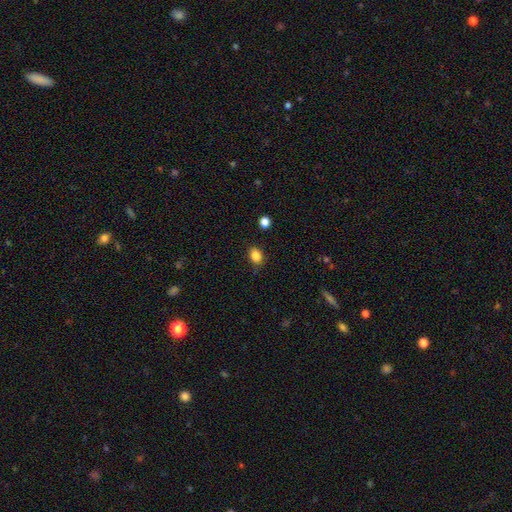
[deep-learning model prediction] Morphology: type=smooth (85%); roundness=in between (61%); merging=none (80%).